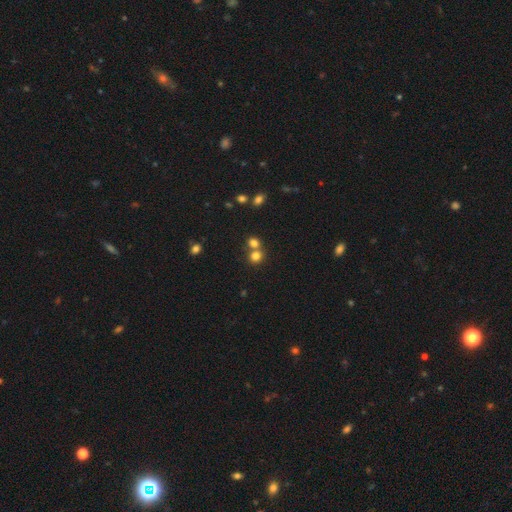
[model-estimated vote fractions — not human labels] Smooth or featured: smooth — 77% (star or artifact — 15%)
How rounded: round — 81% (in between — 18%)
Merging: none — 49% (merger — 42%)